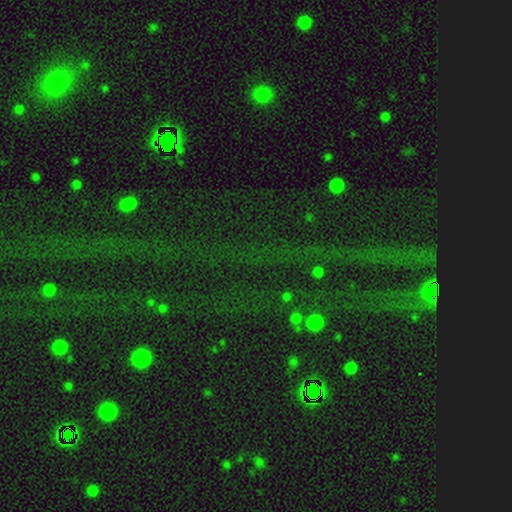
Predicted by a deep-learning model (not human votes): Q: Smooth or featured?
A: star or artifact (77%); runner-up: smooth (13%)